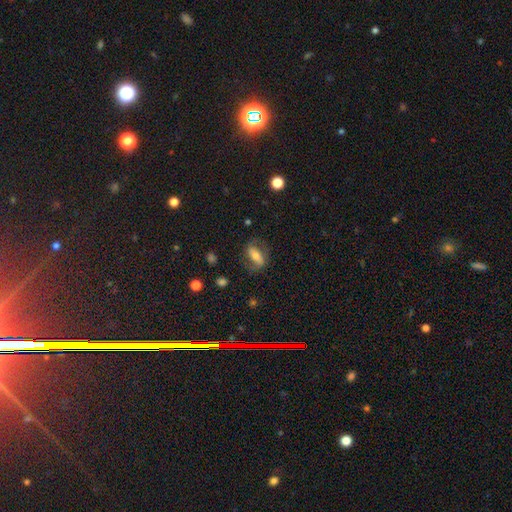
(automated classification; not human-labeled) Smooth or featured?
  - smooth: 46% *
  - featured or disk: 45%
  - star or artifact: 9%
Merging?
  - none: 68% *
  - minor disturbance: 18%
  - major disturbance: 12%
  - merger: 2%